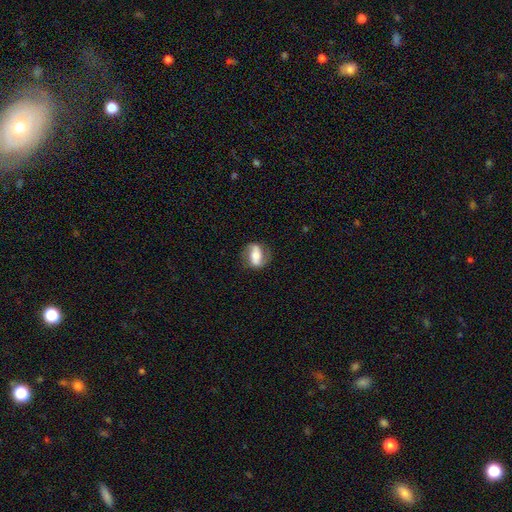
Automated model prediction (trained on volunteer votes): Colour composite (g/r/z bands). It shows a featured or disk galaxy (62%) with a strong bar (46%), spiral arms (84%) and a moderate central bulge (46%). Merging: none (76%).